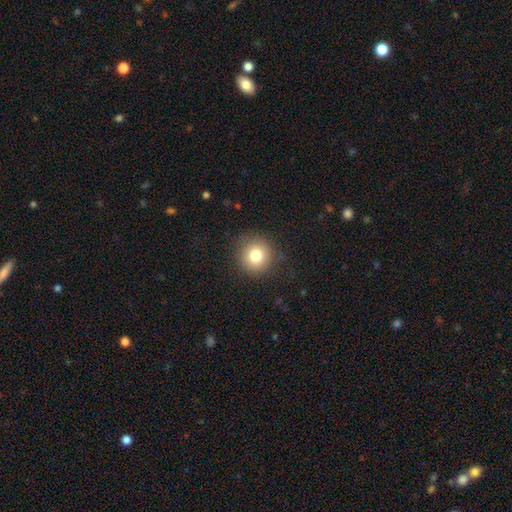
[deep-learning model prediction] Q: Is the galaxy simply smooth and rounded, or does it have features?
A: smooth — 79%.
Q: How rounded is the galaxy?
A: round — 93%.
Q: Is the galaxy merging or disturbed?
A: none — 88%.